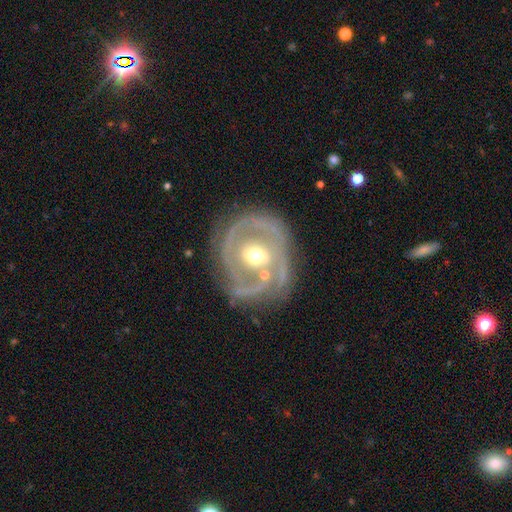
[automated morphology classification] smooth_or_featured: featured or disk (p=0.80) [alt: smooth p=0.14]
disk_edge_on: no (p=0.96) [alt: yes p=0.04]
bar: no (p=0.56) [alt: weak p=0.30]
has_spiral_arms: yes (p=0.67) [alt: no p=0.33]
spiral_winding: tight (p=0.54) [alt: medium p=0.32]
spiral_arm_count: 2 (p=0.47) [alt: can't tell p=0.24]
bulge_size: moderate (p=0.71) [alt: small p=0.22]
merging: none (p=0.66) [alt: minor disturbance p=0.18]